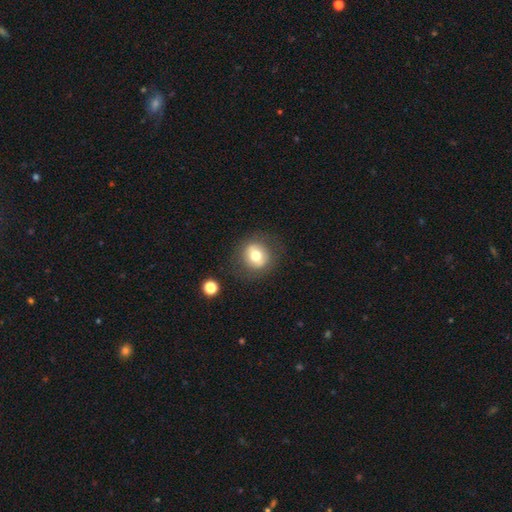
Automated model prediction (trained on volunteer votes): Overall: smooth (65%; featured or disk 25%). How rounded: round (85%). Merging: none (83%).